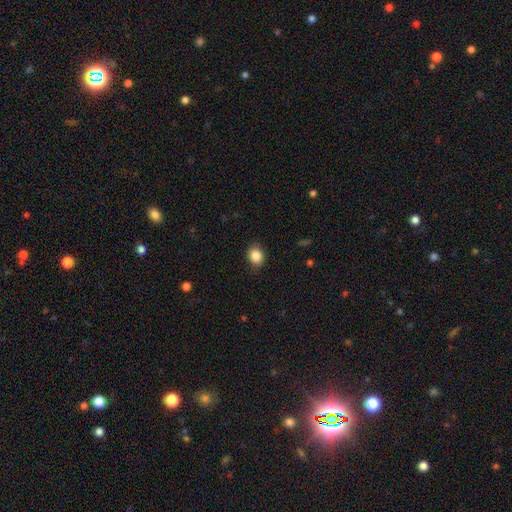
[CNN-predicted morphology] smooth 87%, star or artifact 9%, featured or disk 4%. Down the decision tree: how rounded — round (53%); merging — none (85%).